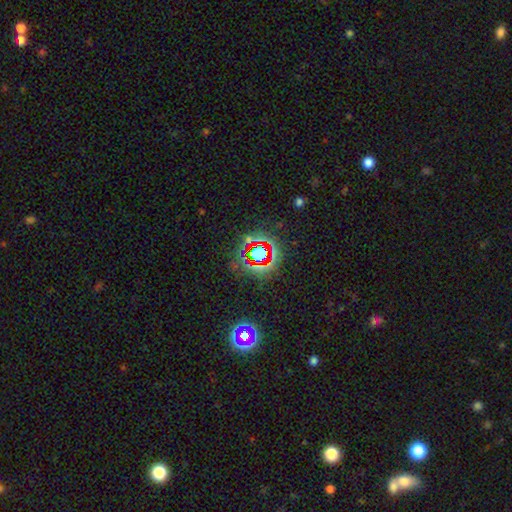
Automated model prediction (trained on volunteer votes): The model was most divided on "smooth or featured": star or artifact: 69%, smooth: 20%, featured or disk: 11%.